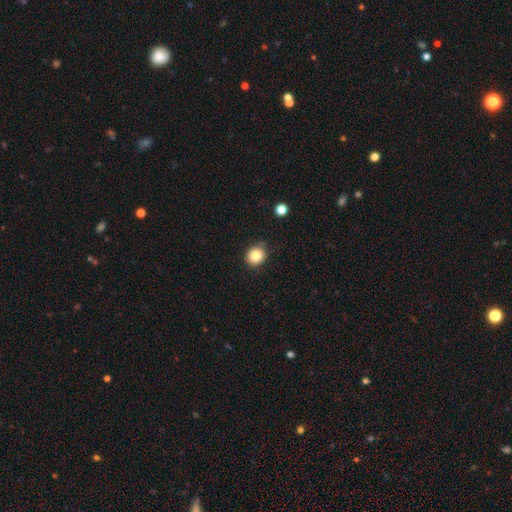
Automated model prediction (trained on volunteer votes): Smooth or featured?
  - smooth: 82% *
  - star or artifact: 10%
  - featured or disk: 7%
How rounded?
  - round: 84% *
  - in between: 15%
  - cigar-shaped: 1%
Merging?
  - none: 83% *
  - minor disturbance: 12%
  - major disturbance: 3%
  - merger: 2%